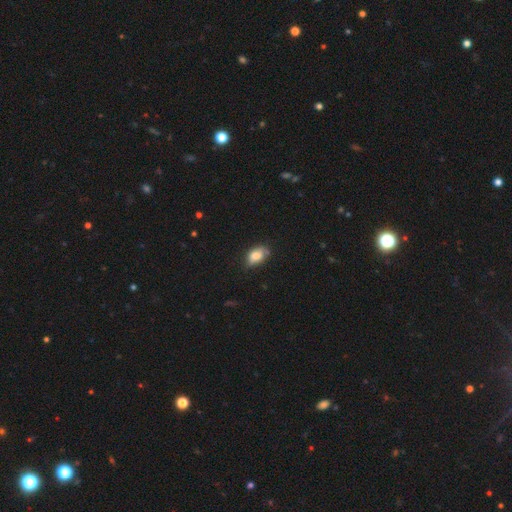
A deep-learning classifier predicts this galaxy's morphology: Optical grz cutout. It shows a smooth galaxy with no disk features (78%) that is in between round and cigar-shaped (86%). Merging: none (60%).